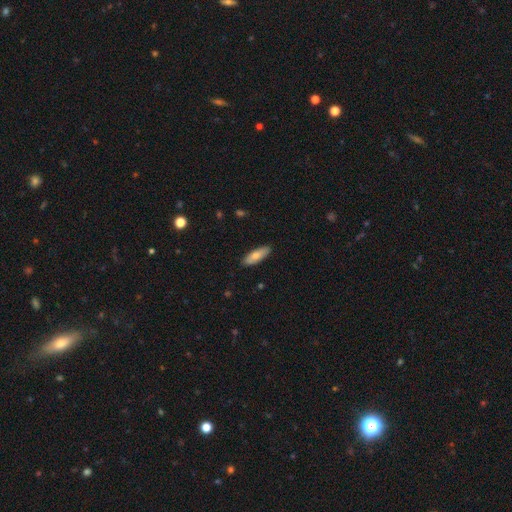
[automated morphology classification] The model was most divided on "how rounded": in between: 56%, cigar-shaped: 42%, round: 2%. More confident: merging — none (88%); smooth or featured — smooth (77%).